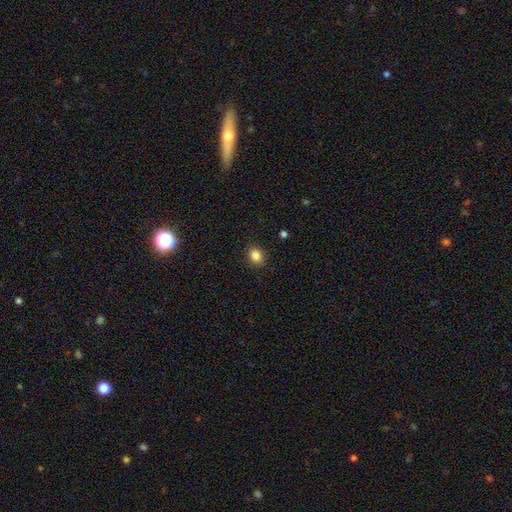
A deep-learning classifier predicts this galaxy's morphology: smooth 85%, star or artifact 11%, featured or disk 5%. Down the decision tree: how rounded — round (58%); merging — none (90%).